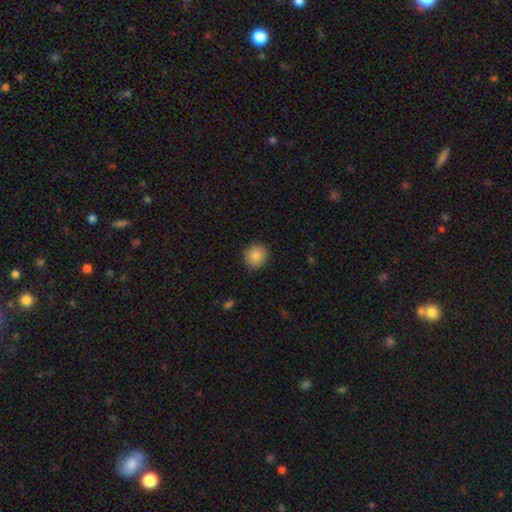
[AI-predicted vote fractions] Overall: smooth (86%). How rounded: round (90%). Merging: none (90%).